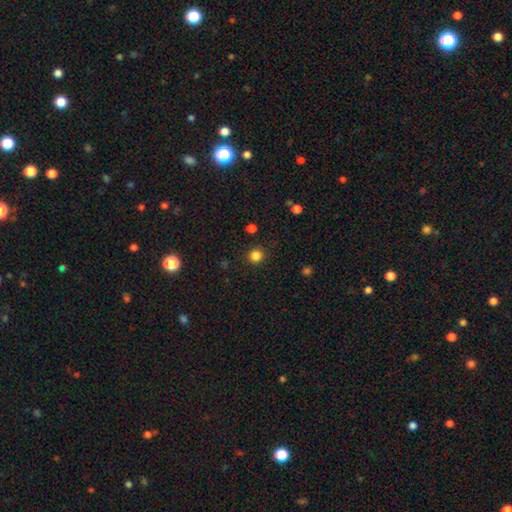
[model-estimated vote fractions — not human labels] smooth 83%, star or artifact 13%, featured or disk 3%. Down the decision tree: how rounded — round (94%); merging — none (91%).